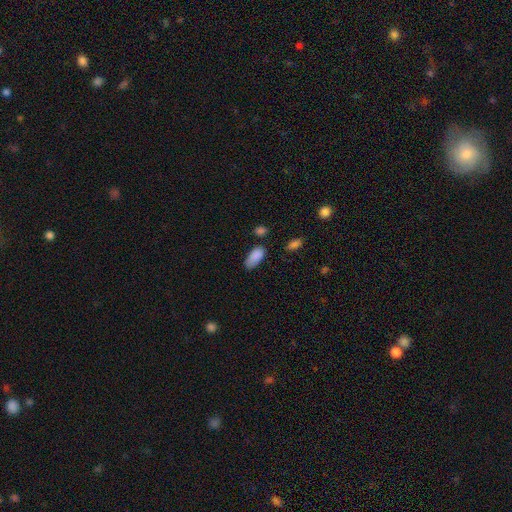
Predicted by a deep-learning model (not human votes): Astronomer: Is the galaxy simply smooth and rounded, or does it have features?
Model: smooth — 88%.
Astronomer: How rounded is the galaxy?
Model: in between — 90%.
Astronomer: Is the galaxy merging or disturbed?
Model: none — 67%.